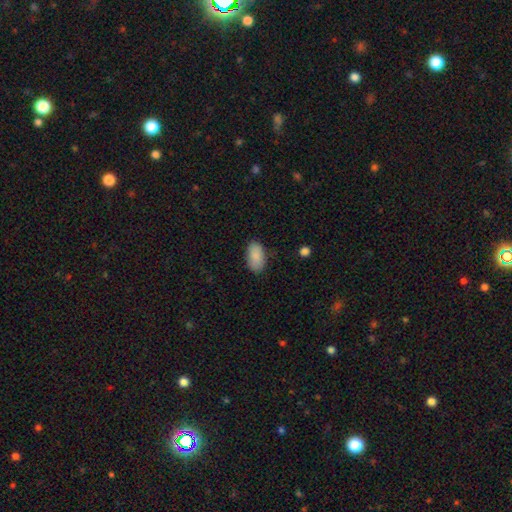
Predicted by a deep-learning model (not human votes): A smooth galaxy with no disk features (89%) that is in between round and cigar-shaped (94%). Merging: none (82%).